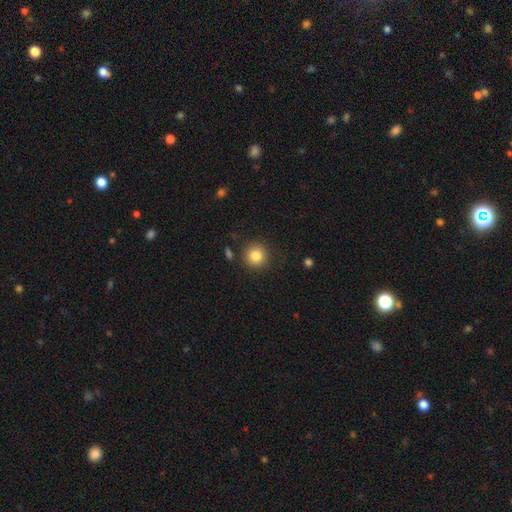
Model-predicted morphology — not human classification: smooth_or_featured: smooth (p=0.84) [alt: star or artifact p=0.10]
how_rounded: round (p=0.93) [alt: in between p=0.06]
merging: none (p=0.88) [alt: minor disturbance p=0.07]